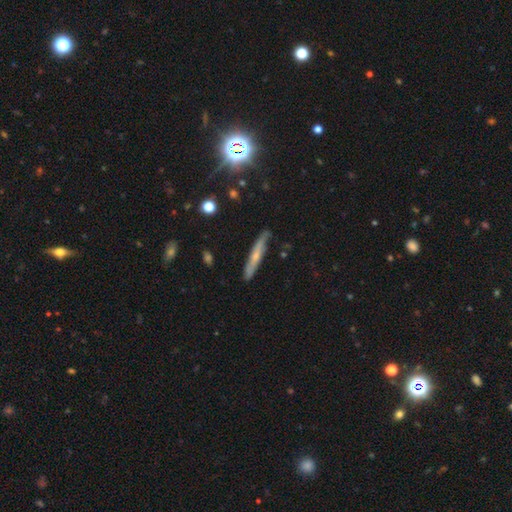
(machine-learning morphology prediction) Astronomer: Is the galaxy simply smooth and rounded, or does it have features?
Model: featured or disk — 50% (runner-up: smooth, 42%).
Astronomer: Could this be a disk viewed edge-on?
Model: yes — 83%.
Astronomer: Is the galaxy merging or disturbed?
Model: none — 80%.